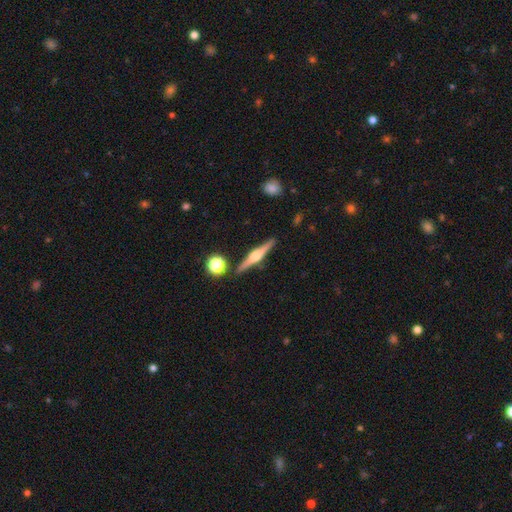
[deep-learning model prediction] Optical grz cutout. It shows a featured or disk galaxy (76%) viewed edge-on (98%) with a rounded central bulge (90%). Merging: none (89%).